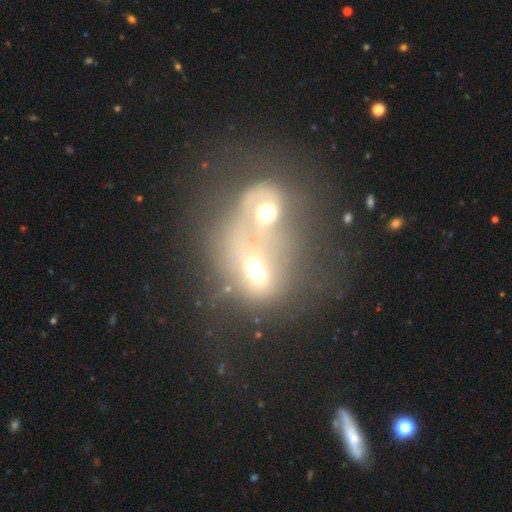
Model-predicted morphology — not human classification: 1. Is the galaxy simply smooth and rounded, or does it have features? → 49% featured or disk, 35% smooth, 16% star or artifact.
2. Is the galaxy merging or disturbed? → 84% merger, 7% major disturbance, 6% none, 3% minor disturbance.